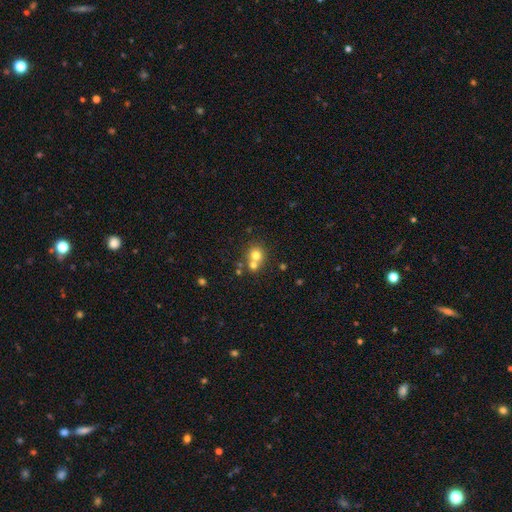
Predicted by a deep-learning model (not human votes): A smooth galaxy with no disk features (72%) that is round (85%).

Vote fractions:
- Smooth or featured? smooth: 72% / featured or disk: 14% / star or artifact: 13%
- How rounded? round: 85% / in between: 14% / cigar-shaped: 1%
- Merging? merger: 47% / none: 45% / minor disturbance: 6% / major disturbance: 3%